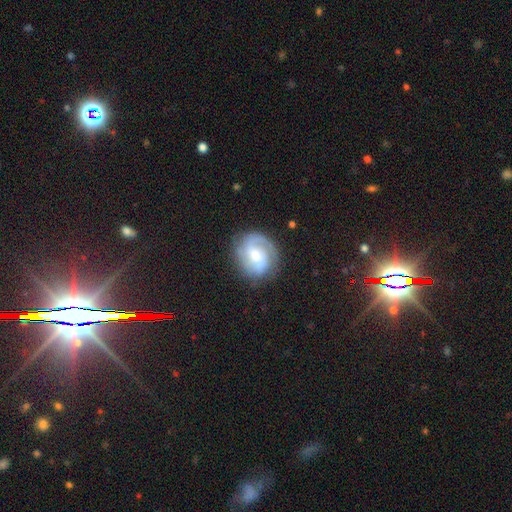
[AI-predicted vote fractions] Overall: featured or disk (75%). Edge-on disk: no (97%). Bar: weak (52%; no 32%). Spiral arms: yes (92%). Spiral arm count: 2 (58%). Spiral winding: tight (46%; medium 40%). Bulge size: moderate (56%; small 33%). Merging: none (76%).